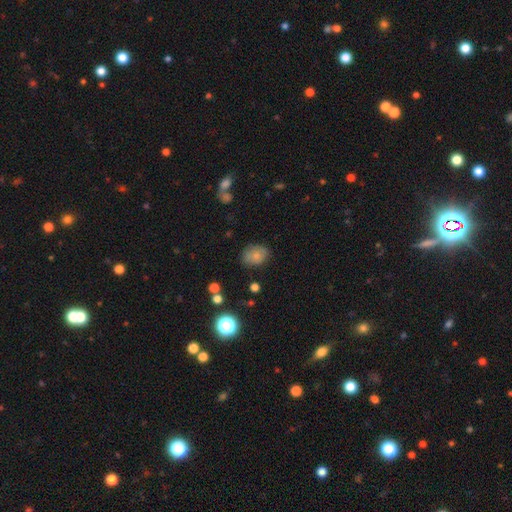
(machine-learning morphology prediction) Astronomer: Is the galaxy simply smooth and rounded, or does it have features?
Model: smooth — 78%.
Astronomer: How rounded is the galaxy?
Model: in between — 58% (runner-up: round, 41%).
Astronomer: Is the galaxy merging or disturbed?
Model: none — 74%.